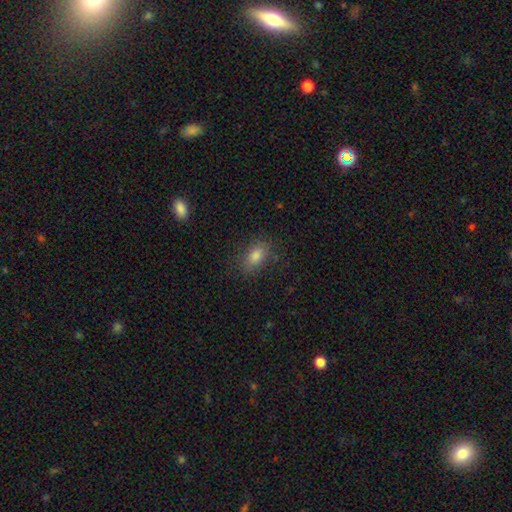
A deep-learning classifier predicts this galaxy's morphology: A smooth galaxy with no disk features (81%) that is in between round and cigar-shaped (85%). Merging: none (82%).